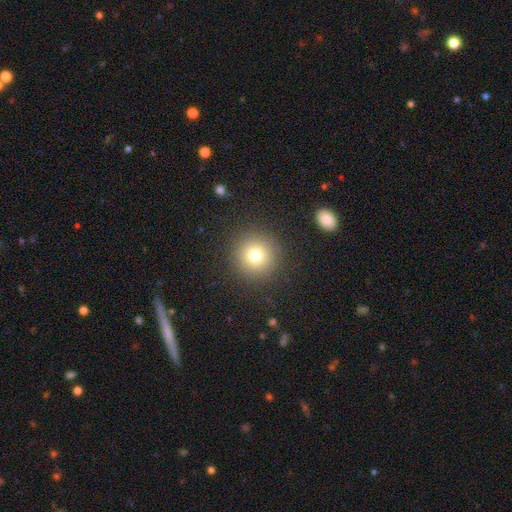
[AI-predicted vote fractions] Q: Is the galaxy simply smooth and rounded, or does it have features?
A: smooth — 75%.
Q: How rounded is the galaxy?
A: round — 95%.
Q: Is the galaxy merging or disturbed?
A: none — 91%.